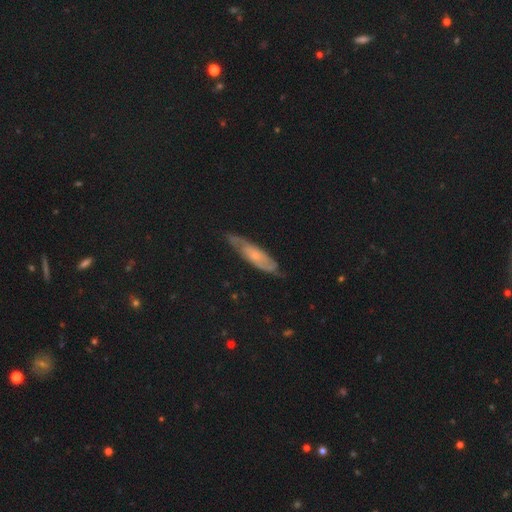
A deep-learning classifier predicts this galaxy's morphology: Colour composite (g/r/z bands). It shows a featured or disk galaxy (65%). Merging: none (72%).